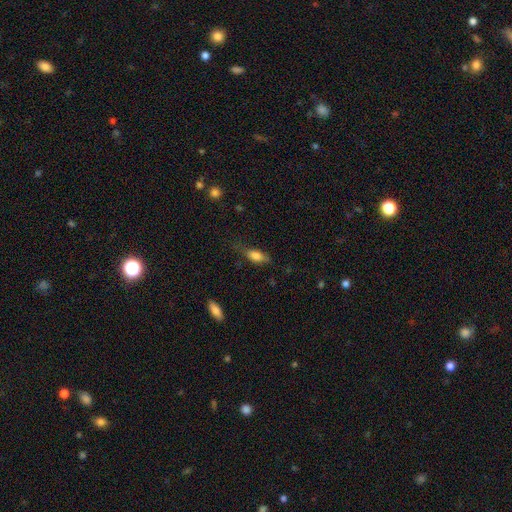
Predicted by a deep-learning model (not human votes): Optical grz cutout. It shows a smooth galaxy with no disk features (78%) that is in between round and cigar-shaped (77%). Merging: none (54%).